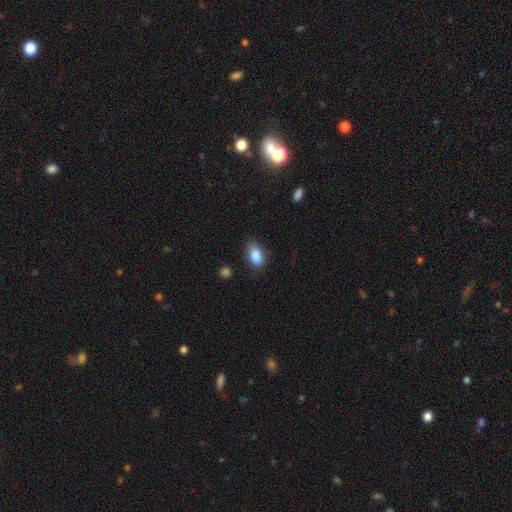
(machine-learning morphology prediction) A smooth galaxy with no disk features (87%) that is in between round and cigar-shaped (90%). Merging: none (74%).